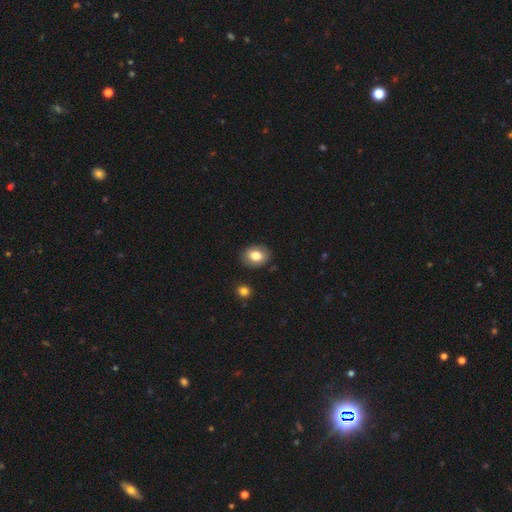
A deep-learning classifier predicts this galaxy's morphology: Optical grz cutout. It shows a smooth galaxy with no disk features (79%) that is in between round and cigar-shaped (59%). Merging: none (86%).